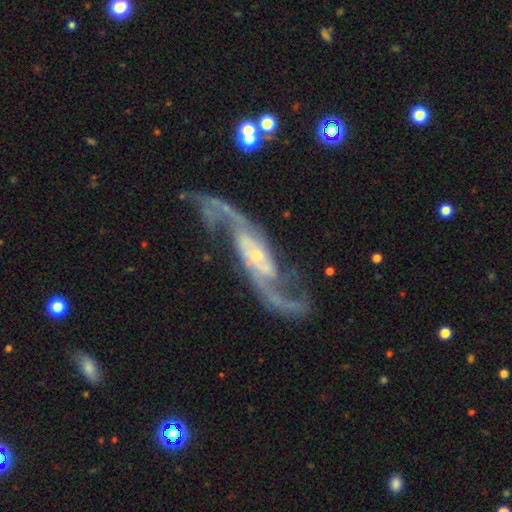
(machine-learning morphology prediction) The model was most divided on "bar": weak: 40%, no: 38%, strong: 23%. More confident: spiral arms — yes (98%); edge-on disk — no (94%); spiral arm count — 2 (93%); smooth or featured — featured or disk (92%); bulge size — small (69%); merging — none (67%); spiral winding — loose (58%).